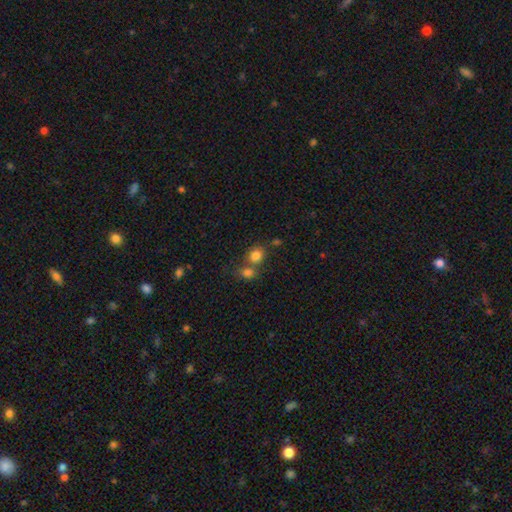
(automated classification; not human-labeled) Q: Smooth or featured?
A: smooth (81%); runner-up: star or artifact (12%)
Q: How rounded?
A: round (69%); runner-up: in between (30%)
Q: Merging?
A: none (49%); runner-up: merger (39%)